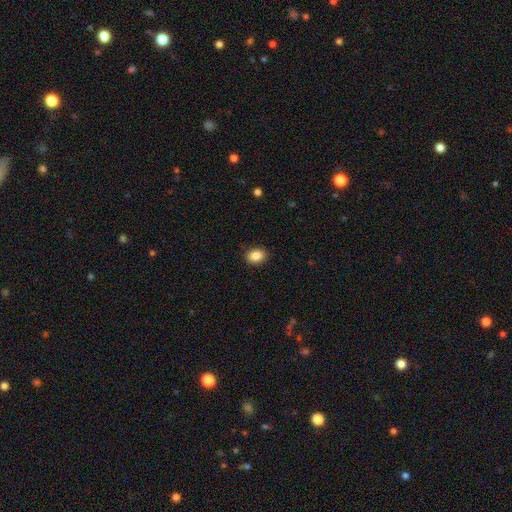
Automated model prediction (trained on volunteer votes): Smooth or featured? Predicted: smooth (p=0.87). How rounded? Predicted: in between (p=0.69). Merging? Predicted: none (p=0.90).